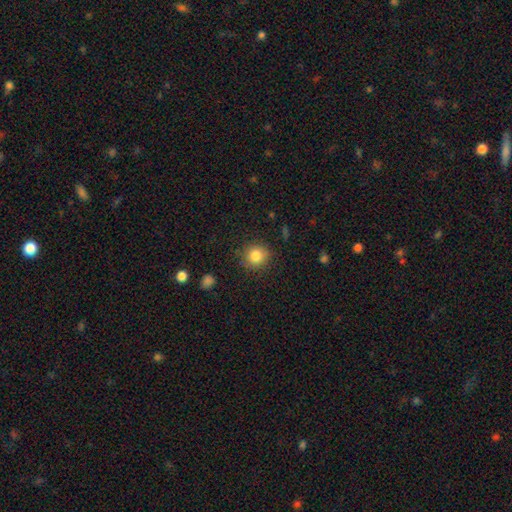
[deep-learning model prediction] Overall: smooth (83%). How rounded: round (91%). Merging: none (87%).